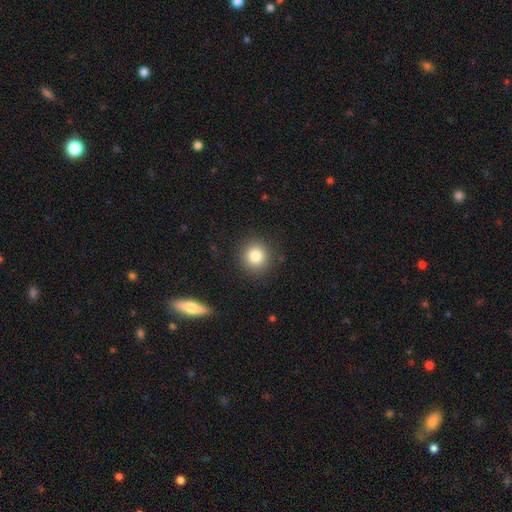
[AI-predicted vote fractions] Morphology: type=smooth (81%); roundness=round (91%); merging=none (90%).